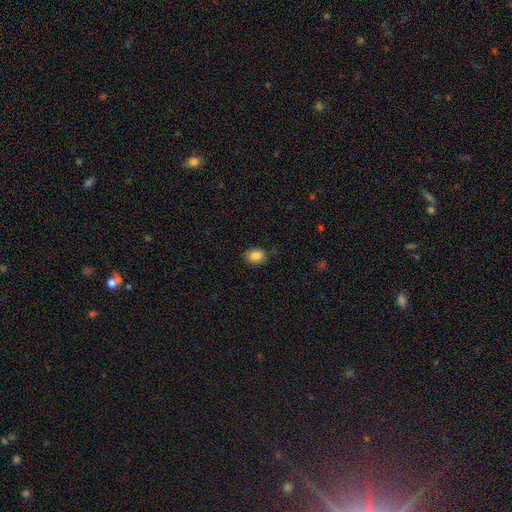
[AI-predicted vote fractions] The model was most divided on "how rounded": in between: 71%, round: 28%, cigar-shaped: 1%. More confident: smooth or featured — smooth (86%); merging — none (82%).